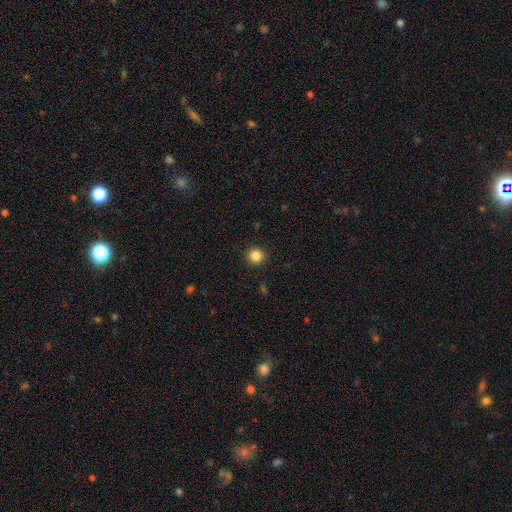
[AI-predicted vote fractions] Overall: smooth (85%). How rounded: round (94%). Merging: none (92%).